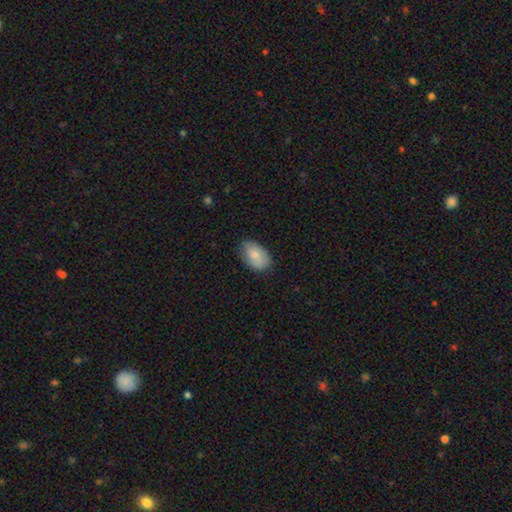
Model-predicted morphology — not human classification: A smooth galaxy with no disk features (83%) that is in between round and cigar-shaped (92%).

Vote fractions:
- Smooth or featured? smooth: 83% / featured or disk: 11% / star or artifact: 6%
- How rounded? in between: 92% / round: 7% / cigar-shaped: 1%
- Merging? none: 74% / minor disturbance: 21% / major disturbance: 4% / merger: 1%